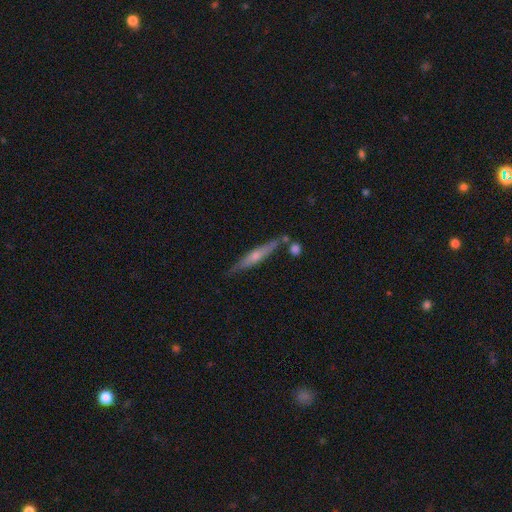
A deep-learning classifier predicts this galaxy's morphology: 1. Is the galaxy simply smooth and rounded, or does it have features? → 58% featured or disk, 35% smooth, 7% star or artifact.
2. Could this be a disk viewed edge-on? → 94% yes, 6% no.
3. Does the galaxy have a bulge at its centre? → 73% rounded, 19% none, 8% boxy.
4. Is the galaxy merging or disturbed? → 77% none, 12% minor disturbance, 8% merger, 3% major disturbance.